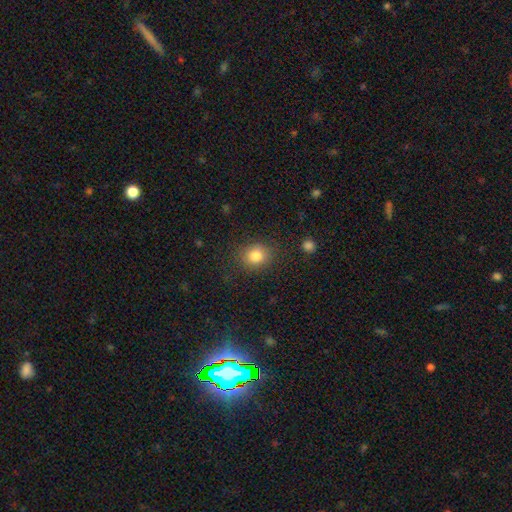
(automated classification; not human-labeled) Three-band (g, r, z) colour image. It shows a smooth galaxy with no disk features (82%) that is round (71%). Merging: none (84%).